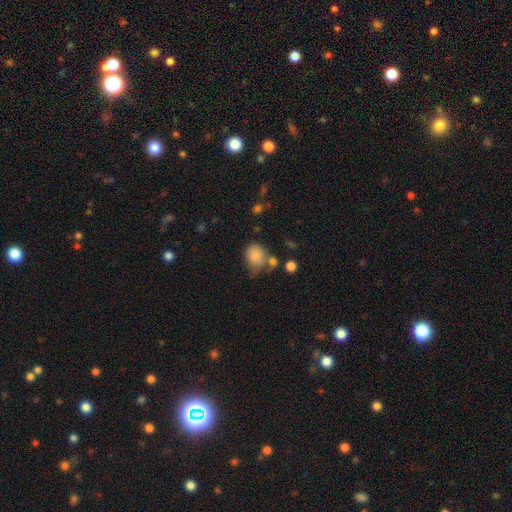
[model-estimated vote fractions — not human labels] A smooth galaxy with no disk features (83%) that is round (60%). Merging: none (49%).